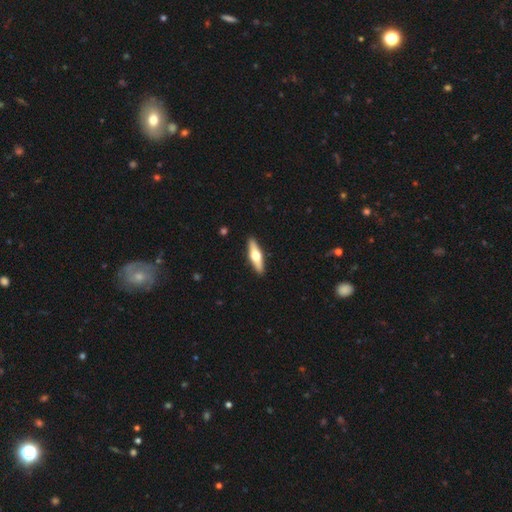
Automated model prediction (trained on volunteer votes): A featured or disk galaxy (56%) viewed edge-on (93%) with a rounded central bulge (96%).

Vote fractions:
- Smooth or featured? featured or disk: 56% / smooth: 39% / star or artifact: 5%
- Edge-on disk? yes: 93% / no: 7%
- Edge-on bulge? rounded: 96% / boxy: 2% / none: 2%
- Merging? none: 91% / minor disturbance: 6% / major disturbance: 1% / merger: 1%